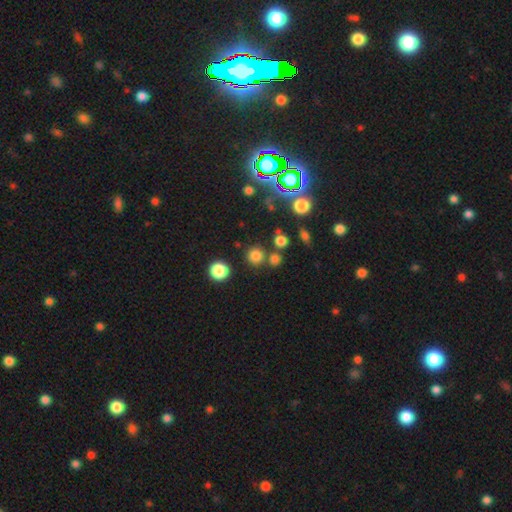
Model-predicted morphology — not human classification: Smooth or featured?
  - smooth: 75% *
  - star or artifact: 20%
  - featured or disk: 6%
How rounded?
  - round: 93% *
  - in between: 6%
  - cigar-shaped: 1%
Merging?
  - none: 78% *
  - merger: 12%
  - minor disturbance: 7%
  - major disturbance: 3%